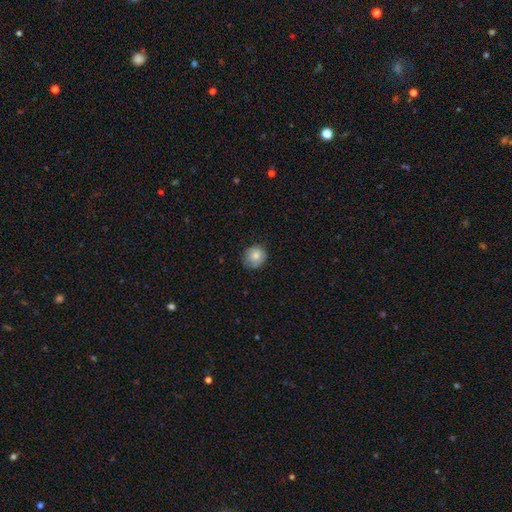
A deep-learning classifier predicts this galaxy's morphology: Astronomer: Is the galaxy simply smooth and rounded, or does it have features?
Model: smooth — 78%.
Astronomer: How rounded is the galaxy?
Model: round — 82%.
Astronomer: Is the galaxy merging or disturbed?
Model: none — 70%.